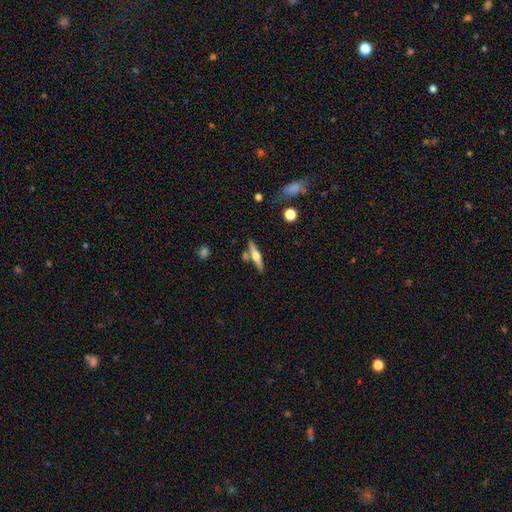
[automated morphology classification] Smooth or featured: featured or disk — 62% (smooth — 32%)
Edge-on disk: yes — 96% (no — 4%)
Edge-on bulge: rounded — 93% (boxy — 4%)
Merging: none — 75% (merger — 11%)